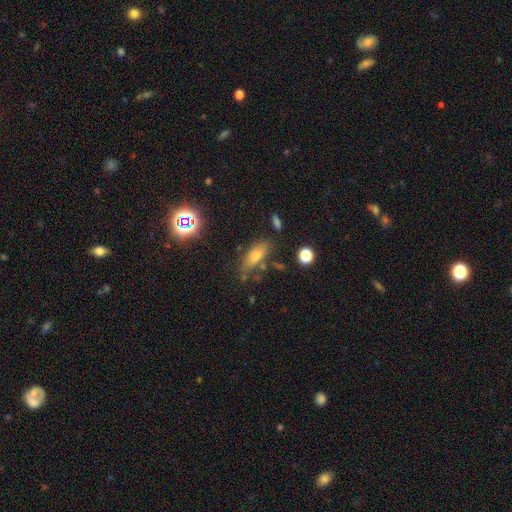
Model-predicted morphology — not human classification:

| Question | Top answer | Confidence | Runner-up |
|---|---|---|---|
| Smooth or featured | smooth | 61% | featured or disk (23%) |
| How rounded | in between | 64% | cigar-shaped (31%) |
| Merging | none | 69% | minor disturbance (18%) |